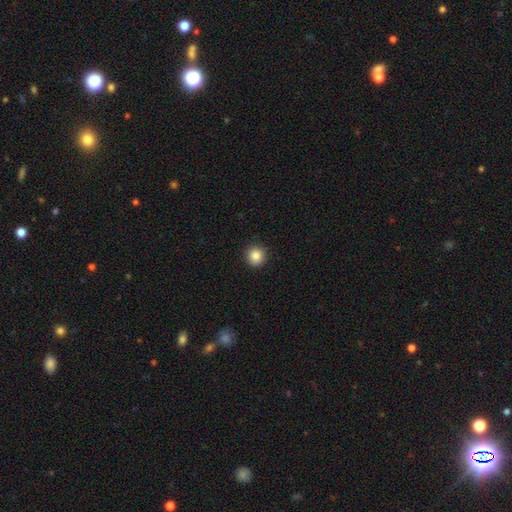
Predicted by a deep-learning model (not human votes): Overall: smooth (84%). How rounded: round (94%). Merging: none (92%).